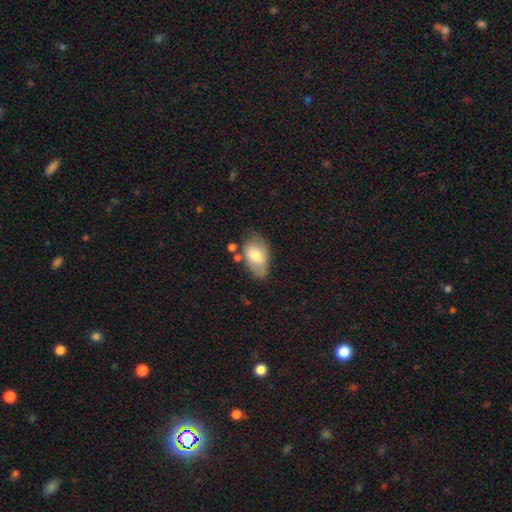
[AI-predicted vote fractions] smooth_or_featured: smooth (p=0.66) [alt: featured or disk p=0.27]
how_rounded: in between (p=0.91) [alt: round p=0.07]
merging: none (p=0.54) [alt: minor disturbance p=0.28]